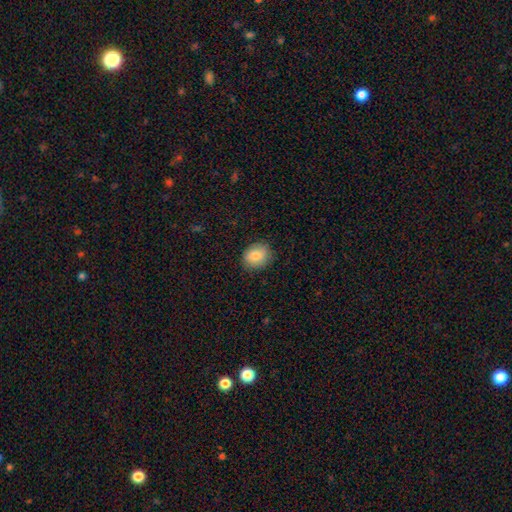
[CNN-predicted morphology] Q: Smooth or featured?
A: smooth (84%); runner-up: featured or disk (8%)
Q: How rounded?
A: round (55%); runner-up: in between (45%)
Q: Merging?
A: none (85%); runner-up: minor disturbance (11%)